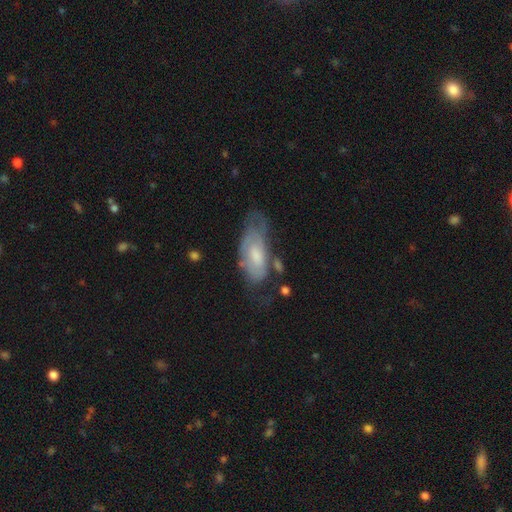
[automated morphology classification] smooth_or_featured: featured or disk (p=0.51) [alt: smooth p=0.42]
disk_edge_on: no (p=0.87) [alt: yes p=0.13]
merging: none (p=0.39) [alt: minor disturbance p=0.31]